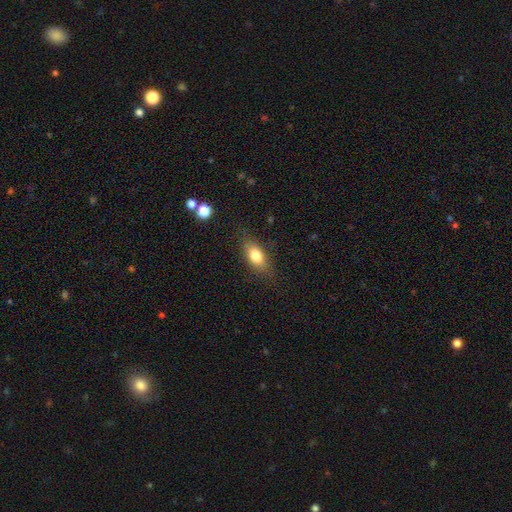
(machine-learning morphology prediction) Q: Smooth or featured?
A: smooth (78%); runner-up: featured or disk (14%)
Q: How rounded?
A: in between (81%); runner-up: cigar-shaped (10%)
Q: Merging?
A: none (80%); runner-up: minor disturbance (14%)